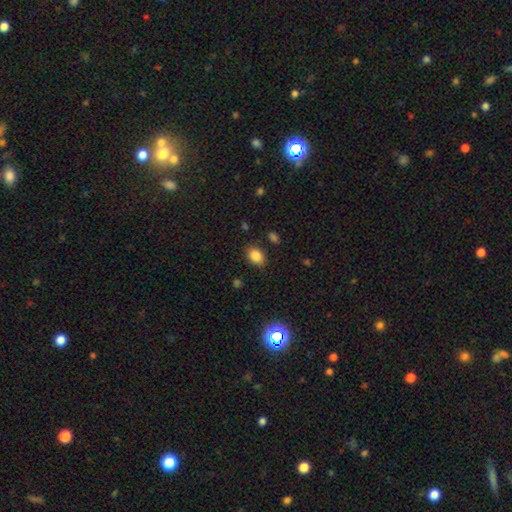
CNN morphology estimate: Overall: smooth (84%). How rounded: in between (74%). Merging: none (81%).